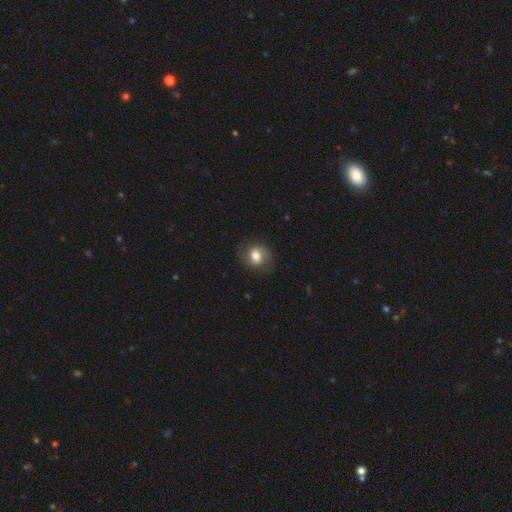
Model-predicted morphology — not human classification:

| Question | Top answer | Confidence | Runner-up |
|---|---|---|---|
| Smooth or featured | smooth | 49% | featured or disk (42%) |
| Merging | none | 77% | minor disturbance (15%) |